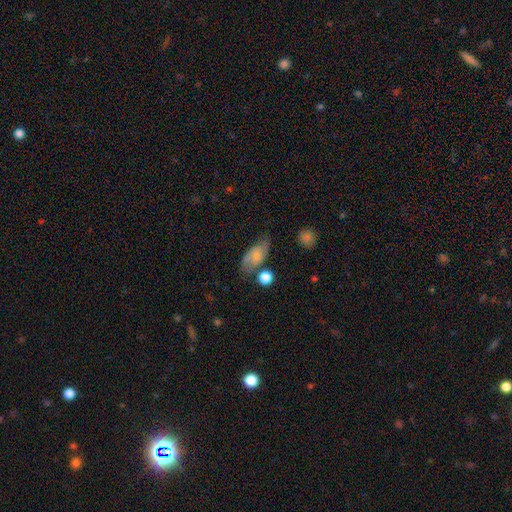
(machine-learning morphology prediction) Q: Smooth or featured?
A: smooth (56%); runner-up: featured or disk (36%)
Q: How rounded?
A: in between (85%); runner-up: round (8%)
Q: Merging?
A: none (59%); runner-up: minor disturbance (24%)